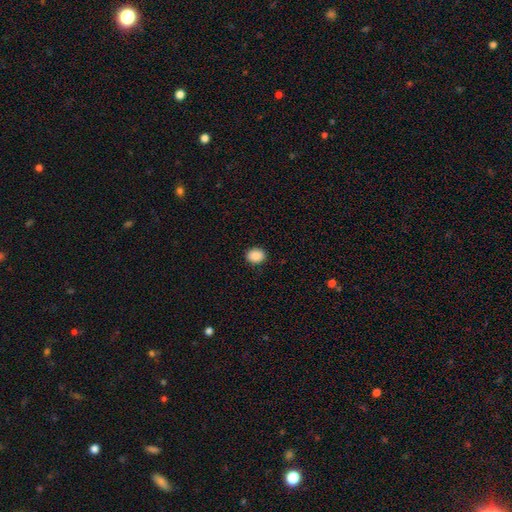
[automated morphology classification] Q: Smooth or featured?
A: smooth (89%); runner-up: star or artifact (8%)
Q: How rounded?
A: round (51%); runner-up: in between (48%)
Q: Merging?
A: none (90%); runner-up: minor disturbance (7%)